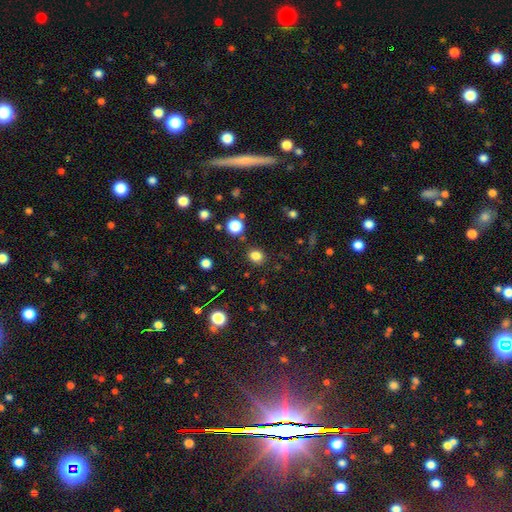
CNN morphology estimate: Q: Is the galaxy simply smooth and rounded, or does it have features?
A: smooth — 81%.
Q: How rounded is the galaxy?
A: round — 72%.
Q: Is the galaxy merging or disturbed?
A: none — 85%.